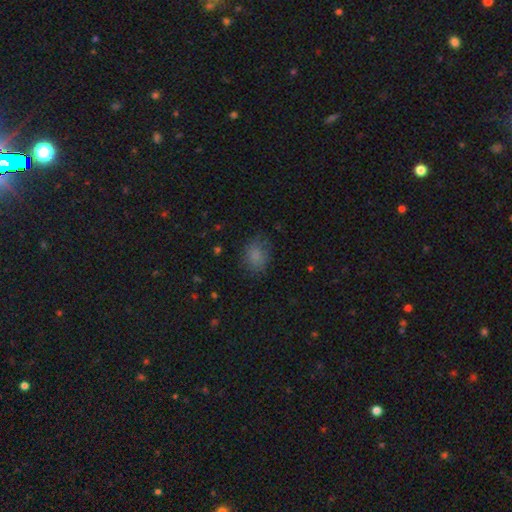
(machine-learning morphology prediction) The model was most divided on "how rounded": round: 50%, in between: 49%, cigar-shaped: 1%. More confident: smooth or featured — smooth (82%); merging — none (73%).